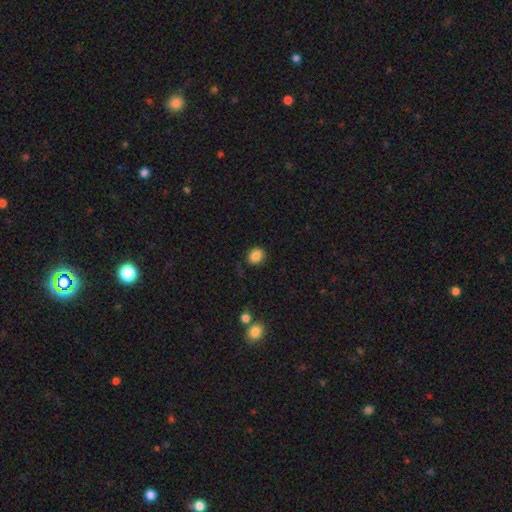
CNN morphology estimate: Q: Smooth or featured?
A: smooth (86%); runner-up: star or artifact (10%)
Q: How rounded?
A: round (67%); runner-up: in between (32%)
Q: Merging?
A: none (83%); runner-up: minor disturbance (12%)